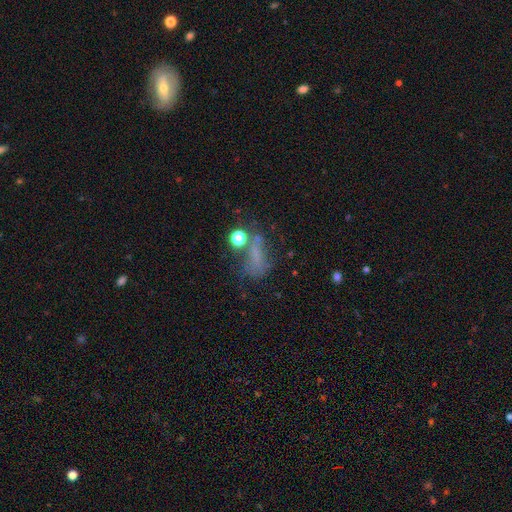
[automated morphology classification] smooth_or_featured: smooth (p=0.45) [alt: star or artifact p=0.30]
merging: none (p=0.34) [alt: major disturbance p=0.33]